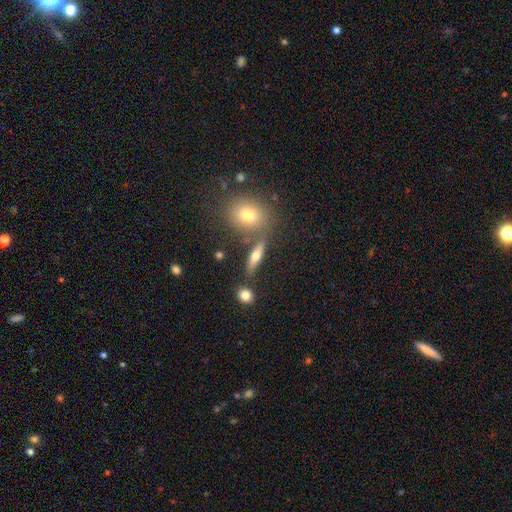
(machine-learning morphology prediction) Smooth or featured?
  - smooth: 54% *
  - featured or disk: 36%
  - star or artifact: 11%
How rounded?
  - cigar-shaped: 55% *
  - in between: 33%
  - round: 12%
Merging?
  - none: 72% *
  - minor disturbance: 12%
  - merger: 11%
  - major disturbance: 5%